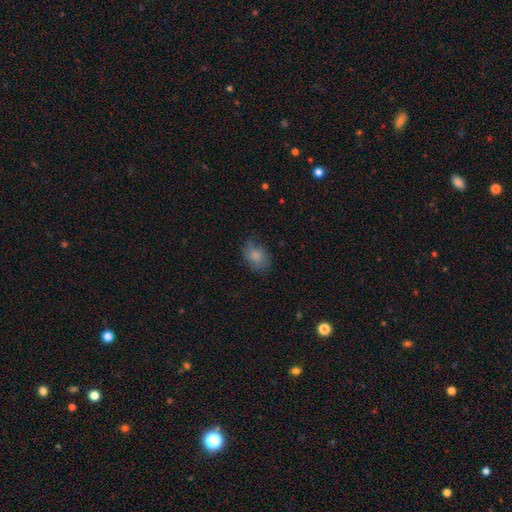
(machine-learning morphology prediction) Smooth or featured? smooth (81%)
How rounded? in between (72%)
Merging? none (70%)